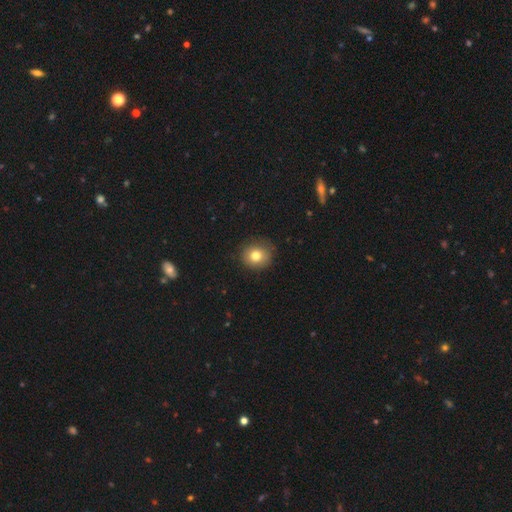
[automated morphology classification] Smooth or featured? smooth (79%)
How rounded? round (84%)
Merging? none (86%)